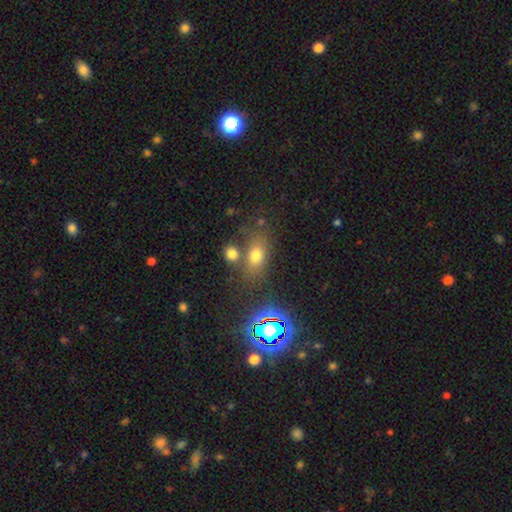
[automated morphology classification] A smooth galaxy with no disk features (66%) that is in between round and cigar-shaped (72%). Merging: none (64%).